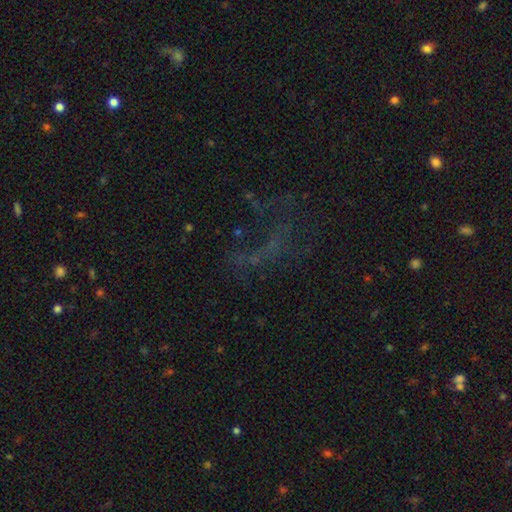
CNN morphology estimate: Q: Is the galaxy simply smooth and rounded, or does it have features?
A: star or artifact — 47%.